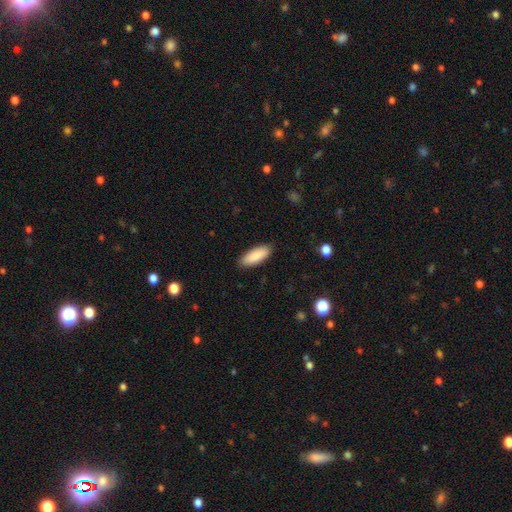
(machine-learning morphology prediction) A smooth galaxy with no disk features (89%) that is in between round and cigar-shaped (72%).

Vote fractions:
- Smooth or featured? smooth: 89% / featured or disk: 6% / star or artifact: 6%
- How rounded? in between: 72% / cigar-shaped: 26% / round: 1%
- Merging? none: 89% / minor disturbance: 8% / major disturbance: 2% / merger: 1%